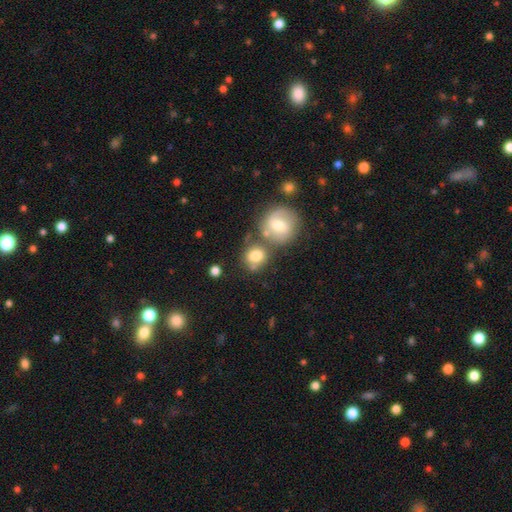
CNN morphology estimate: The model was most divided on "merging": none: 53%, merger: 28%, minor disturbance: 14%, major disturbance: 5%. More confident: how rounded — round (78%); smooth or featured — smooth (73%).